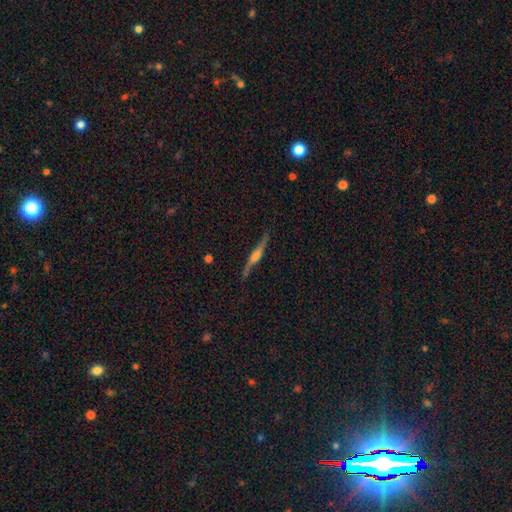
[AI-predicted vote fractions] Q: Smooth or featured?
A: featured or disk (74%); runner-up: smooth (19%)
Q: Edge-on disk?
A: yes (93%); runner-up: no (7%)
Q: Edge-on bulge?
A: rounded (67%); runner-up: boxy (23%)
Q: Merging?
A: none (79%); runner-up: minor disturbance (16%)